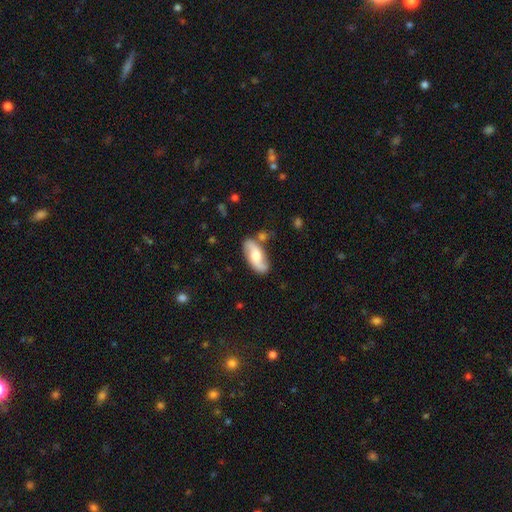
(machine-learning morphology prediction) Smooth or featured? featured or disk (62%)
Edge-on disk? no (91%)
Bar? no (58%)
Spiral arms? yes (90%)
Spiral winding? loose (65%)
Spiral arm count? 2 (91%)
Bulge size? moderate (60%)
Merging? none (75%)